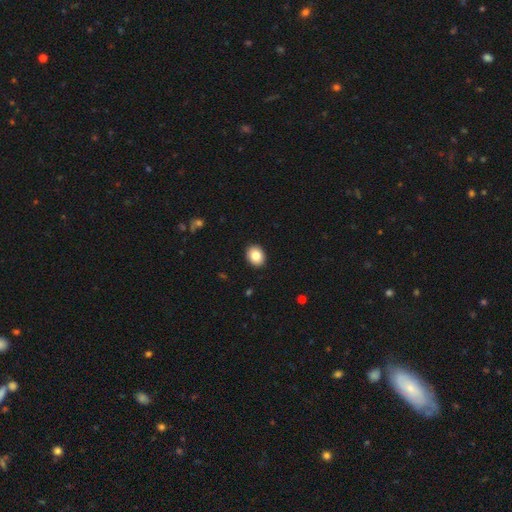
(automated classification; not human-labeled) A smooth galaxy with no disk features (84%) that is in between round and cigar-shaped (52%). Merging: none (92%).